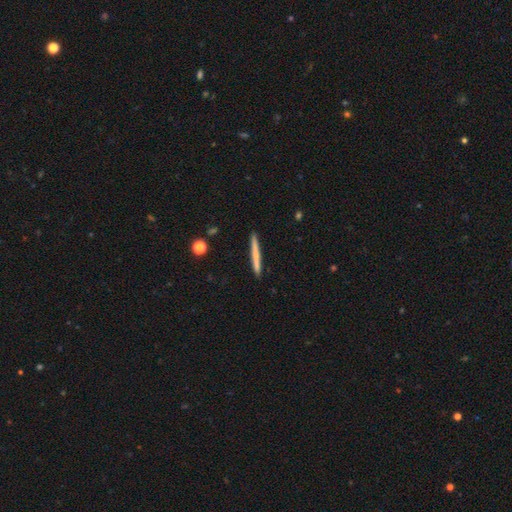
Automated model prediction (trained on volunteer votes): Overall: smooth (62%; featured or disk 32%). How rounded: cigar-shaped (97%). Merging: none (92%).